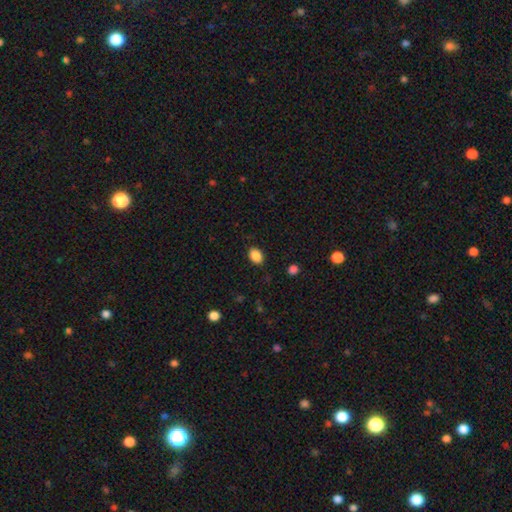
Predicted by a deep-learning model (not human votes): Q: Smooth or featured?
A: smooth (87%); runner-up: star or artifact (9%)
Q: How rounded?
A: in between (77%); runner-up: round (22%)
Q: Merging?
A: none (86%); runner-up: minor disturbance (10%)